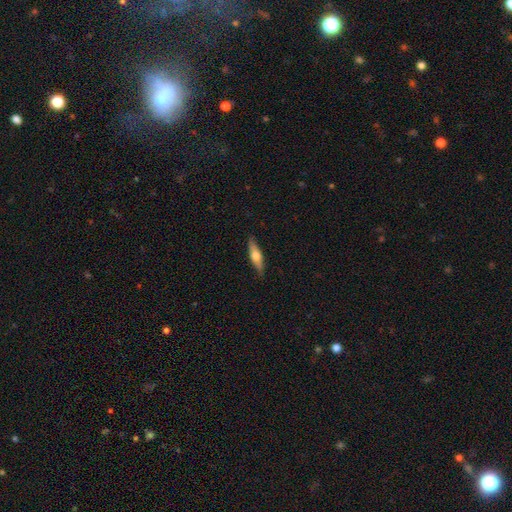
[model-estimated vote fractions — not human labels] This is possibly a smooth galaxy (53%). How rounded: likely cigar-shaped (66%). Merging: clearly none (85%).